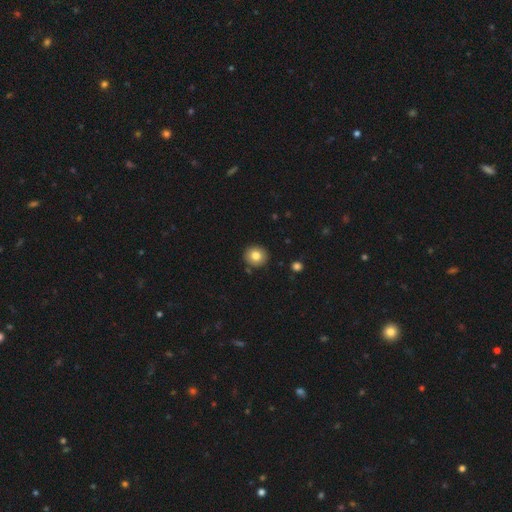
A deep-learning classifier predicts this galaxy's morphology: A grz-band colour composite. It shows a smooth galaxy with no disk features (81%) that is round (88%). Merging: none (89%).